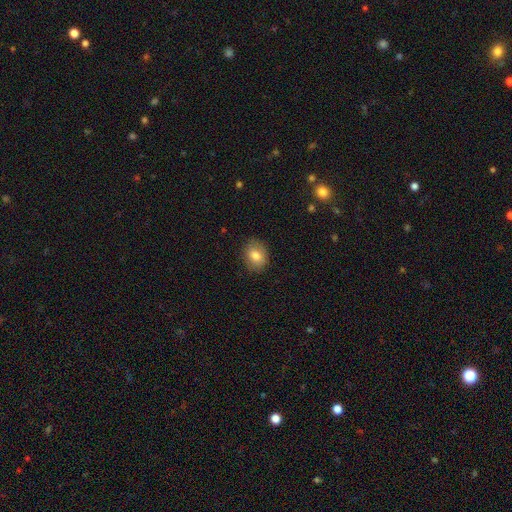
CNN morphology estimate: A smooth galaxy with no disk features (80%) that is in between round and cigar-shaped (53%).

Vote fractions:
- Smooth or featured? smooth: 80% / featured or disk: 11% / star or artifact: 9%
- How rounded? in between: 53% / round: 46% / cigar-shaped: 1%
- Merging? none: 84% / minor disturbance: 12% / major disturbance: 3% / merger: 1%